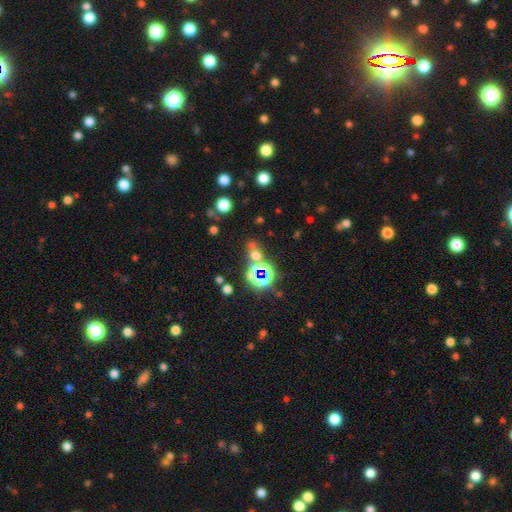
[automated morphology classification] Q: Smooth or featured?
A: star or artifact (49%); runner-up: smooth (39%)